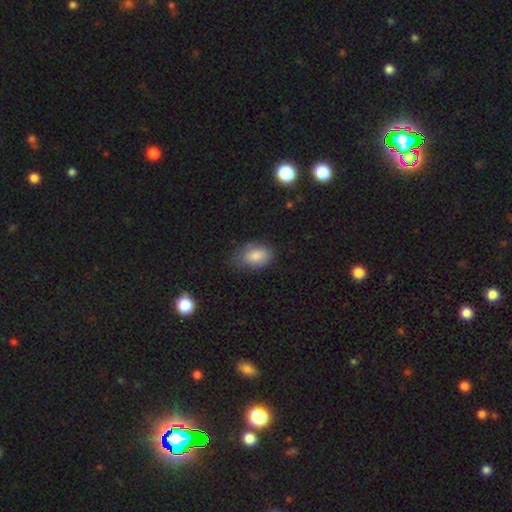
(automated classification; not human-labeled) A smooth galaxy with no disk features (84%) that is in between round and cigar-shaped (87%).

Vote fractions:
- Smooth or featured? smooth: 84% / star or artifact: 8% / featured or disk: 8%
- How rounded? in between: 87% / round: 12% / cigar-shaped: 2%
- Merging? none: 61% / minor disturbance: 30% / major disturbance: 7% / merger: 2%